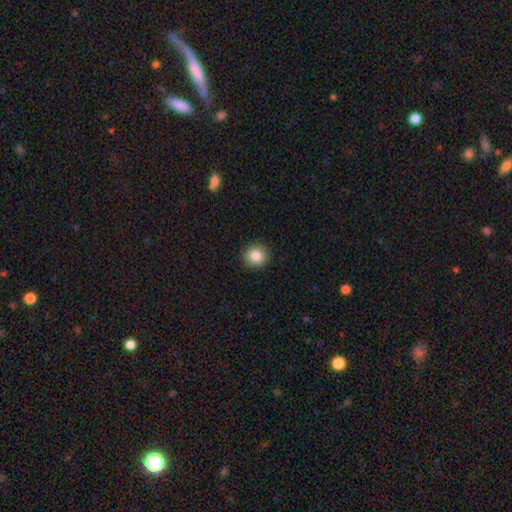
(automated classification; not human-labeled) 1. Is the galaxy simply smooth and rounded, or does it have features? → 84% smooth, 10% star or artifact, 7% featured or disk.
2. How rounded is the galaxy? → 89% round, 10% in between, 1% cigar-shaped.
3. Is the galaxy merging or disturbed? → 91% none, 6% minor disturbance, 2% major disturbance, 1% merger.